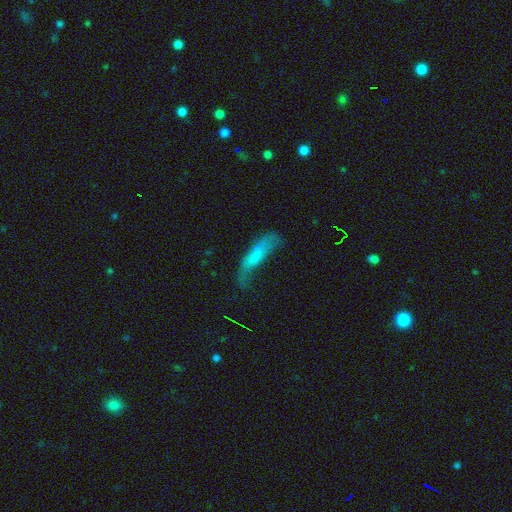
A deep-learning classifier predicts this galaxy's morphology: Q: Smooth or featured?
A: smooth (62%); runner-up: featured or disk (29%)
Q: How rounded?
A: cigar-shaped (64%); runner-up: in between (33%)
Q: Merging?
A: none (33%); runner-up: major disturbance (32%)